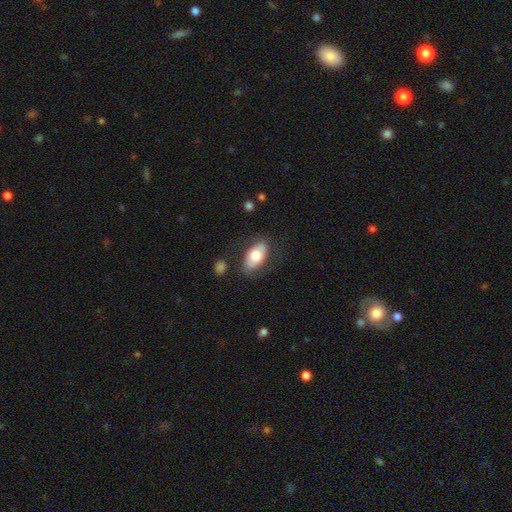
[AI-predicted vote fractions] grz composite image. It shows a smooth galaxy with no disk features (64%) that is in between round and cigar-shaped (92%). Merging: none (74%).